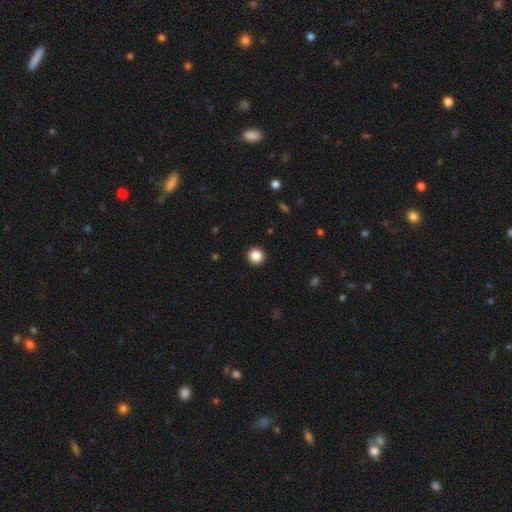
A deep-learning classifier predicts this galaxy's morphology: smooth_or_featured: smooth (p=0.87) [alt: star or artifact p=0.10]
how_rounded: round (p=0.95) [alt: in between p=0.04]
merging: none (p=0.94) [alt: minor disturbance p=0.04]